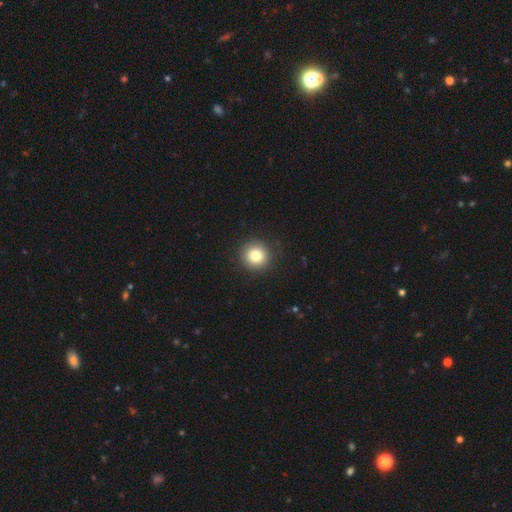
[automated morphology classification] smooth_or_featured: smooth (p=0.81) [alt: star or artifact p=0.11]
how_rounded: round (p=0.93) [alt: in between p=0.06]
merging: none (p=0.90) [alt: minor disturbance p=0.06]